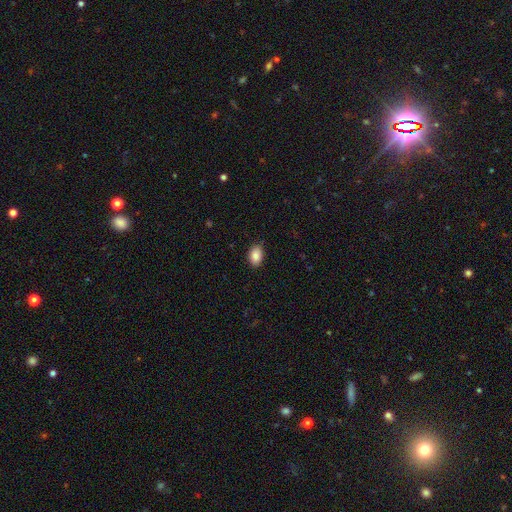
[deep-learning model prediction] A smooth galaxy with no disk features (88%) that is in between round and cigar-shaped (86%).

Vote fractions:
- Smooth or featured? smooth: 88% / star or artifact: 8% / featured or disk: 5%
- How rounded? in between: 86% / round: 13% / cigar-shaped: 1%
- Merging? none: 86% / minor disturbance: 11% / major disturbance: 2% / merger: 1%